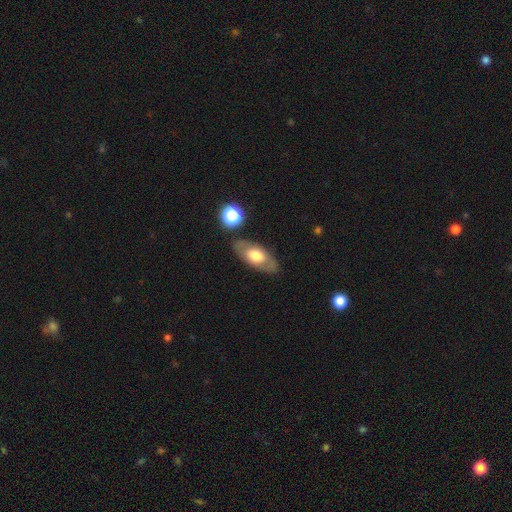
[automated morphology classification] Smooth or featured?
  - smooth: 56% *
  - featured or disk: 37%
  - star or artifact: 7%
How rounded?
  - in between: 87% *
  - cigar-shaped: 7%
  - round: 6%
Merging?
  - none: 81% *
  - minor disturbance: 12%
  - major disturbance: 4%
  - merger: 4%